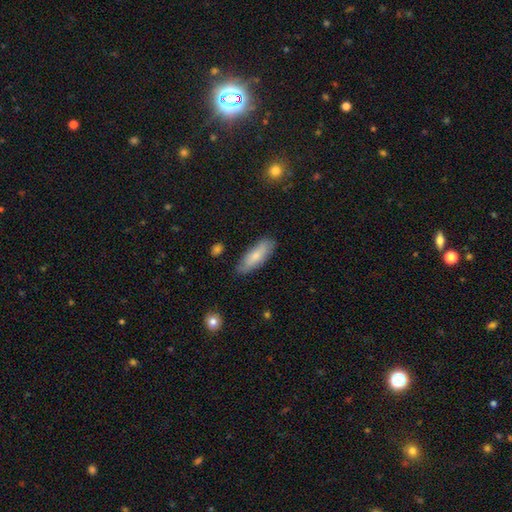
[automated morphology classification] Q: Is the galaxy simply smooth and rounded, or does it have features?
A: smooth — 74%.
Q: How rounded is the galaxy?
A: in between — 62%.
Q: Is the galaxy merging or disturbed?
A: none — 79%.